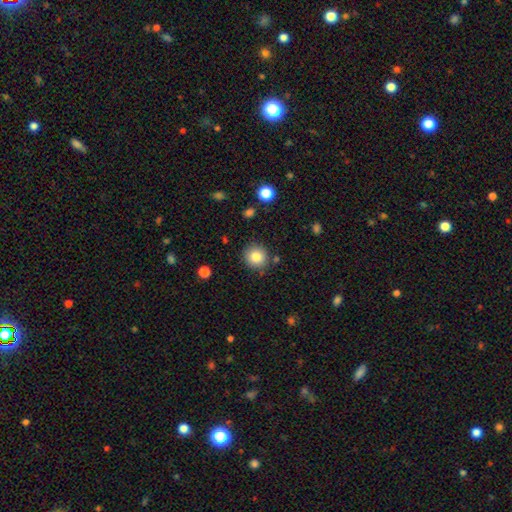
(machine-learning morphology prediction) smooth-or-featured: smooth: 84% | star or artifact: 10% | featured or disk: 7%
  how-rounded: round: 91% | in between: 8% | cigar-shaped: 1%
  merging: none: 86% | minor disturbance: 9% | merger: 3% | major disturbance: 3%